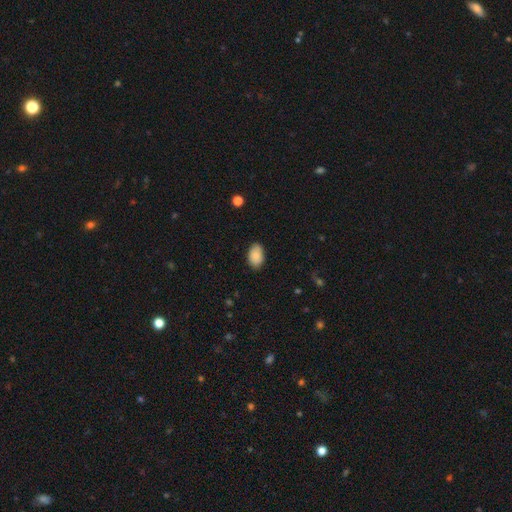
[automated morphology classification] This is clearly a smooth galaxy (87%). How rounded: clearly in between (92%). Merging: clearly none (84%).